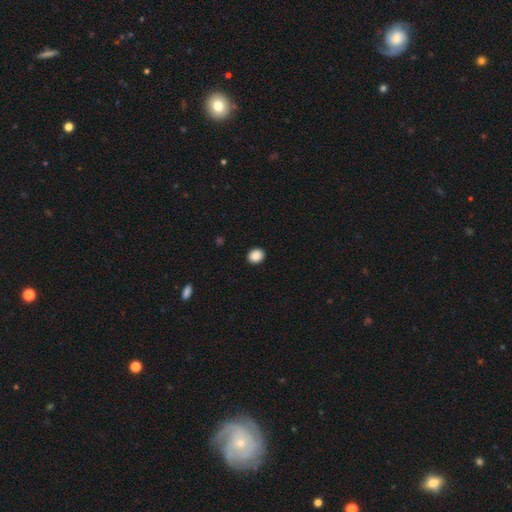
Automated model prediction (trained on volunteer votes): Morphology: type=smooth (89%); roundness=round (70%); merging=none (92%).